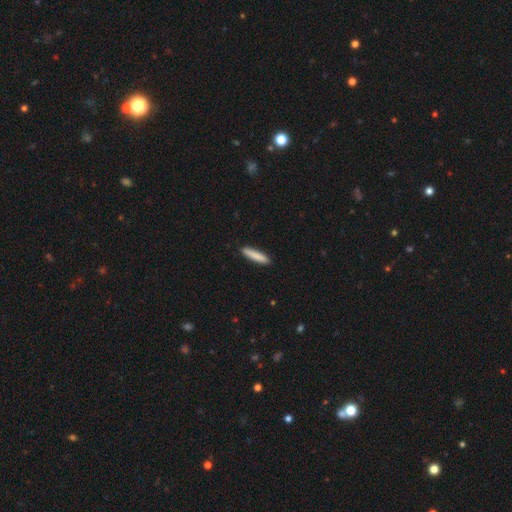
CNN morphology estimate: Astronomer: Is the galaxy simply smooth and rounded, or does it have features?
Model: smooth — 86%.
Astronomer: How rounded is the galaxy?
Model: cigar-shaped — 89%.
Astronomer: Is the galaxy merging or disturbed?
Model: none — 90%.